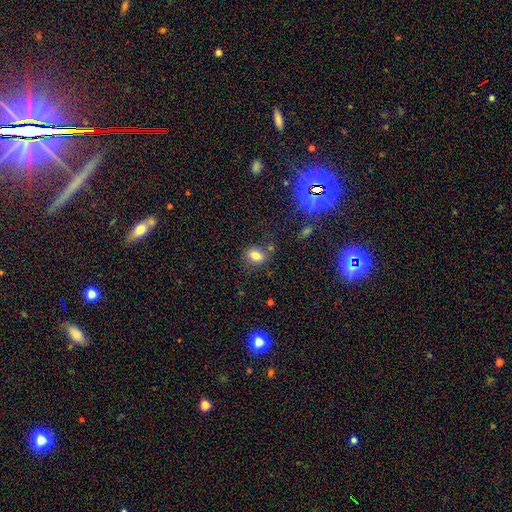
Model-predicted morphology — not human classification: smooth_or_featured: smooth (p=0.76) [alt: star or artifact p=0.14]
how_rounded: in between (p=0.56) [alt: round p=0.43]
merging: none (p=0.71) [alt: minor disturbance p=0.16]